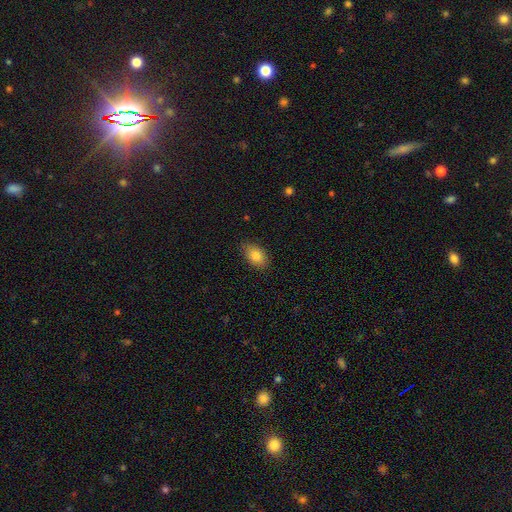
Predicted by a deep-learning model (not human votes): Smooth or featured?
  - smooth: 83% *
  - featured or disk: 9%
  - star or artifact: 7%
How rounded?
  - in between: 88% *
  - round: 11%
  - cigar-shaped: 1%
Merging?
  - none: 83% *
  - minor disturbance: 13%
  - major disturbance: 3%
  - merger: 1%